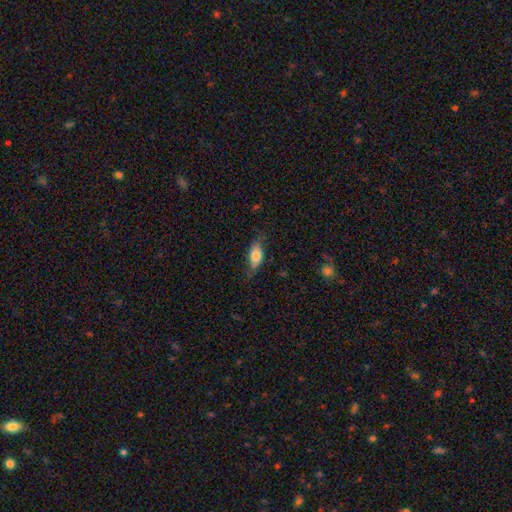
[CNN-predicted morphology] This is likely a smooth galaxy (69%). How rounded: likely in between (78%). Merging: likely none (68%).